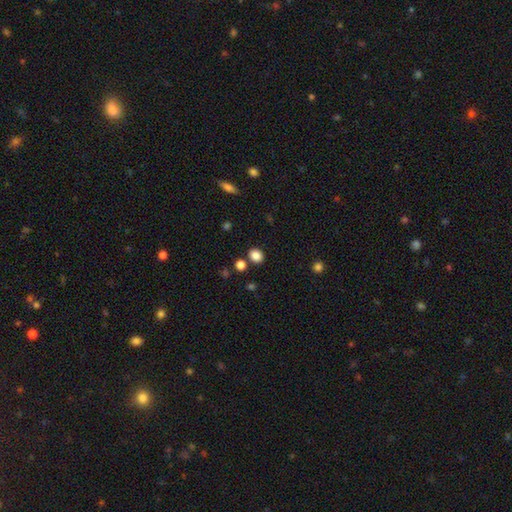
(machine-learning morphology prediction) A smooth galaxy with no disk features (85%) that is round (57%).

Vote fractions:
- Smooth or featured? smooth: 85% / star or artifact: 11% / featured or disk: 4%
- How rounded? round: 57% / in between: 42% / cigar-shaped: 1%
- Merging? none: 83% / minor disturbance: 8% / merger: 6% / major disturbance: 3%